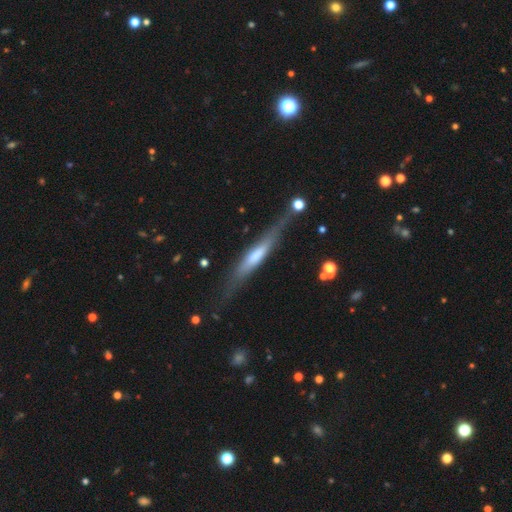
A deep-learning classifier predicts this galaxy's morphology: Smooth or featured: featured or disk — 53% (smooth — 41%)
Edge-on disk: yes — 88% (no — 12%)
Merging: none — 69% (minor disturbance — 19%)